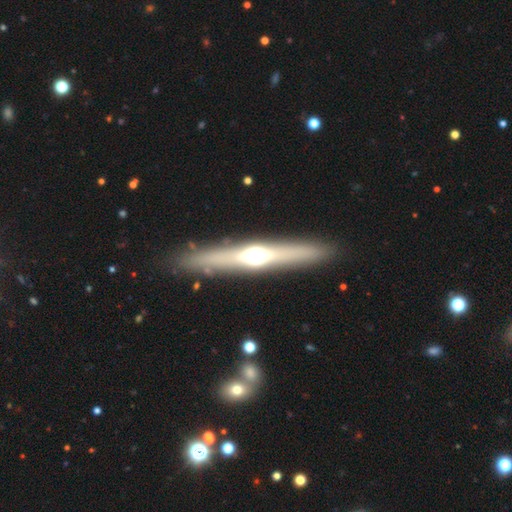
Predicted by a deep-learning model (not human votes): This appears to be a featured or disk galaxy (66%) viewed edge-on (94%) with a rounded central bulge (93%). Merging: none (88%).